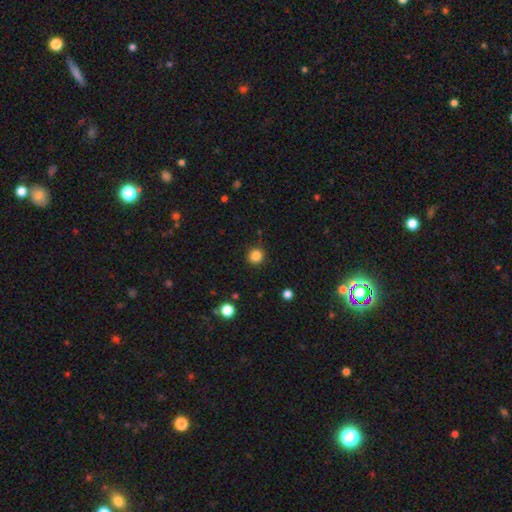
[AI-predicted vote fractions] Smooth or featured?
  - smooth: 85% *
  - star or artifact: 12%
  - featured or disk: 3%
How rounded?
  - round: 92% *
  - in between: 7%
  - cigar-shaped: 1%
Merging?
  - none: 88% *
  - minor disturbance: 8%
  - major disturbance: 2%
  - merger: 1%